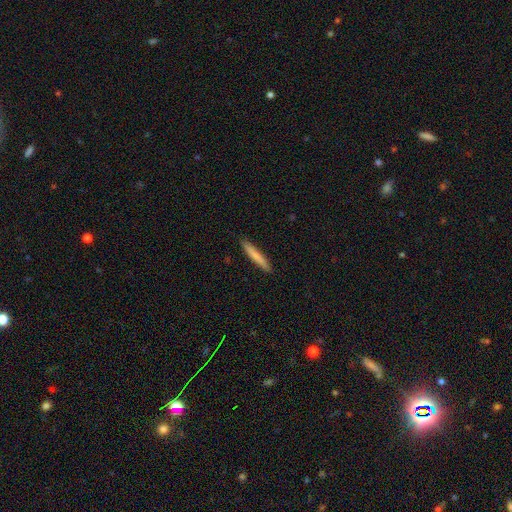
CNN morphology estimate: smooth 77%, featured or disk 18%, star or artifact 5%. Down the decision tree: how rounded — cigar-shaped (95%); merging — none (91%).